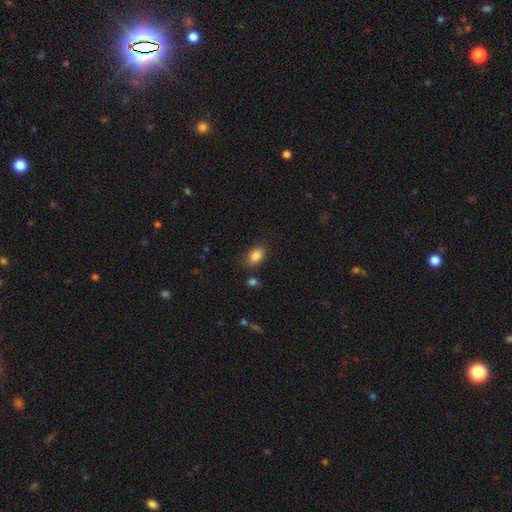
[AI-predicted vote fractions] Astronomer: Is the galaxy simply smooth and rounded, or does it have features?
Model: smooth — 86%.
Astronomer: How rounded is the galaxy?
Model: in between — 82%.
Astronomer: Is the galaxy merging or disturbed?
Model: none — 79%.